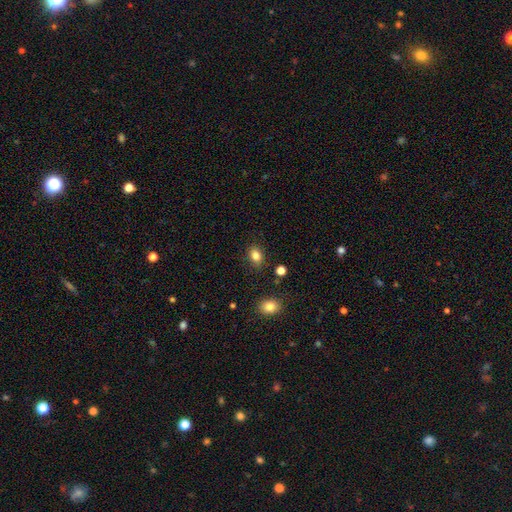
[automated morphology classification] smooth-or-featured: smooth: 83% | star or artifact: 11% | featured or disk: 6%
  how-rounded: in between: 71% | round: 28% | cigar-shaped: 1%
  merging: none: 85% | minor disturbance: 10% | major disturbance: 3% | merger: 2%